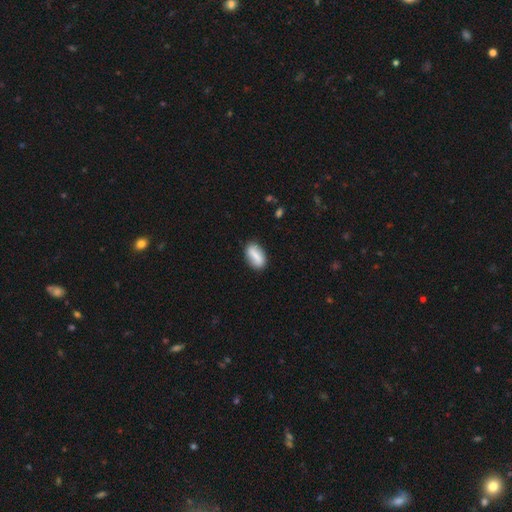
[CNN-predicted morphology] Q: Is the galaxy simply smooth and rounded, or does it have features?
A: smooth — 74%.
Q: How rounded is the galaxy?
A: in between — 85%.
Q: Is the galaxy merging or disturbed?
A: none — 84%.